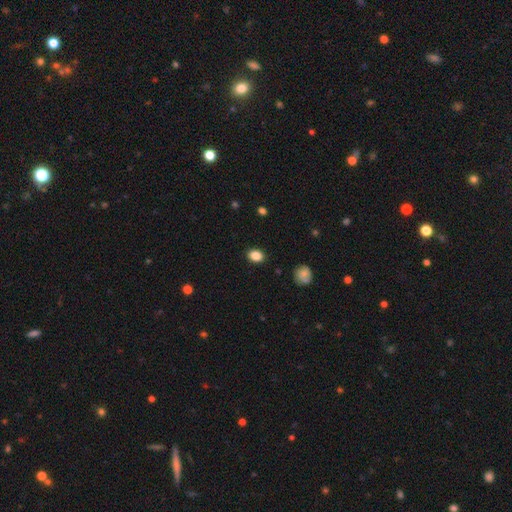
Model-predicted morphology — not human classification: type=smooth (86%); roundness=in between (69%); merging=none (89%).